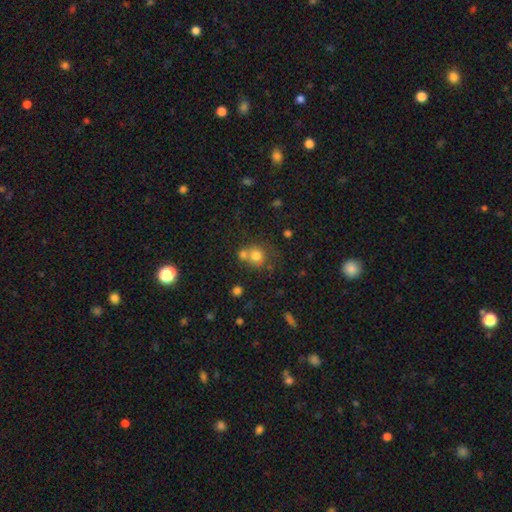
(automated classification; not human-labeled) Smooth or featured: smooth — 76% (star or artifact — 13%)
How rounded: round — 84% (in between — 15%)
Merging: none — 44% (merger — 42%)